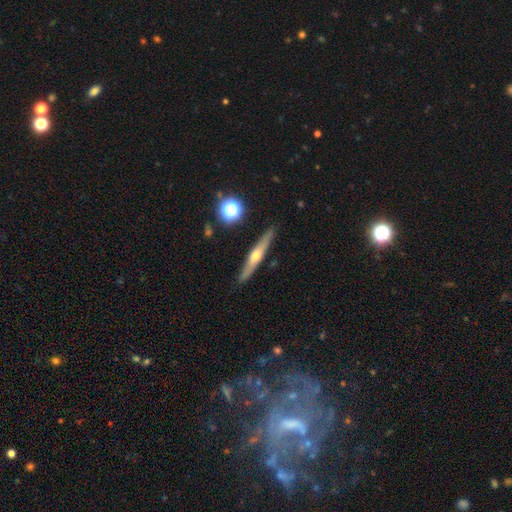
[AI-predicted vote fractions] The model was most divided on "smooth or featured": featured or disk: 64%, smooth: 30%, star or artifact: 7%. More confident: edge-on disk — yes (95%); merging — none (89%); edge-on bulge — rounded (89%).